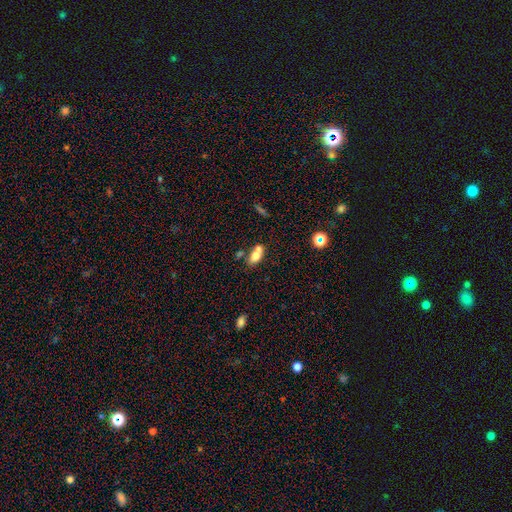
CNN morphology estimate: smooth 70%, featured or disk 19%, star or artifact 11%. Down the decision tree: how rounded — in between (82%); merging — merger (48%).